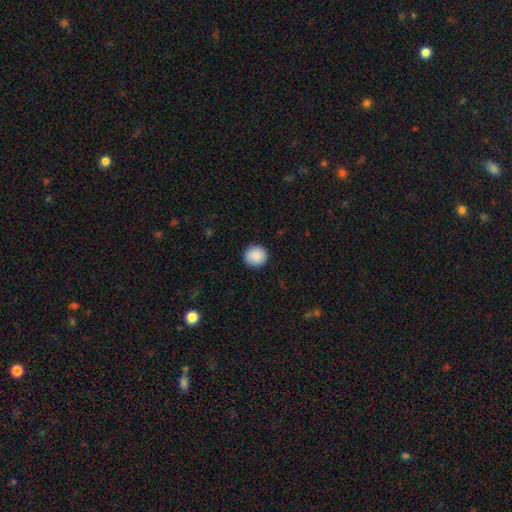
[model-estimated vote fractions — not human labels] Q: Smooth or featured?
A: smooth (90%); runner-up: star or artifact (7%)
Q: How rounded?
A: round (94%); runner-up: in between (5%)
Q: Merging?
A: none (93%); runner-up: minor disturbance (5%)